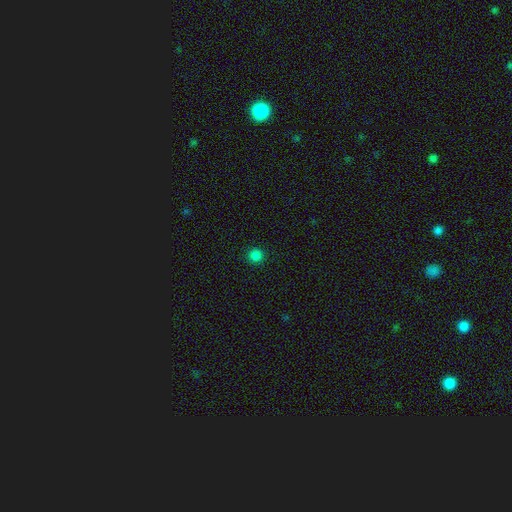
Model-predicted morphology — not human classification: smooth_or_featured: smooth (p=0.83) [alt: star or artifact p=0.14]
how_rounded: round (p=0.94) [alt: in between p=0.05]
merging: none (p=0.92) [alt: minor disturbance p=0.05]